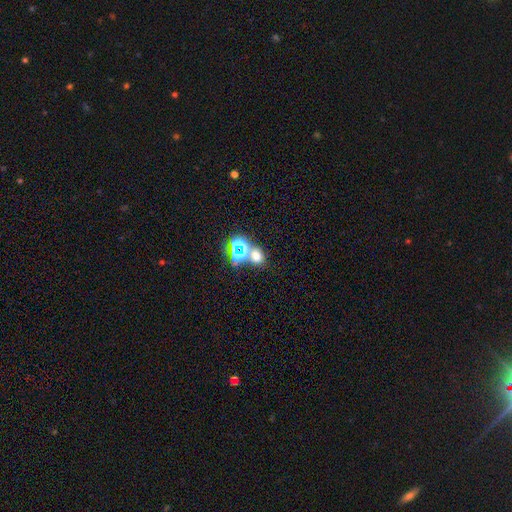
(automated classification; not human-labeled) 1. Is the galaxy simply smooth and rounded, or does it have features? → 56% smooth, 36% star or artifact, 8% featured or disk.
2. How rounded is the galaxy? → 60% round, 39% in between, 1% cigar-shaped.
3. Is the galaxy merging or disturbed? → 60% none, 28% merger, 8% minor disturbance, 4% major disturbance.